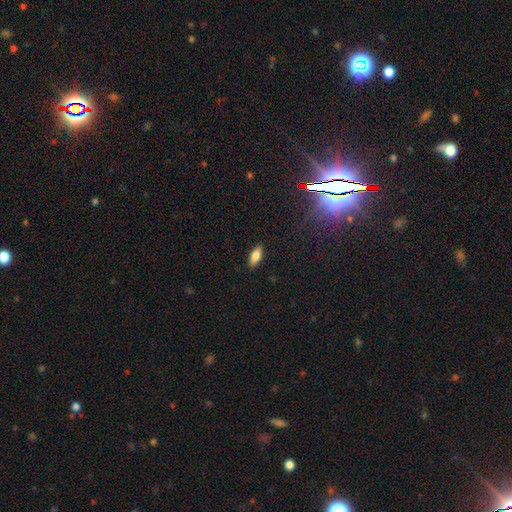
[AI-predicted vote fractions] smooth_or_featured: smooth (p=0.78) [alt: featured or disk p=0.14]
how_rounded: in between (p=0.81) [alt: cigar-shaped p=0.16]
merging: none (p=0.89) [alt: minor disturbance p=0.08]